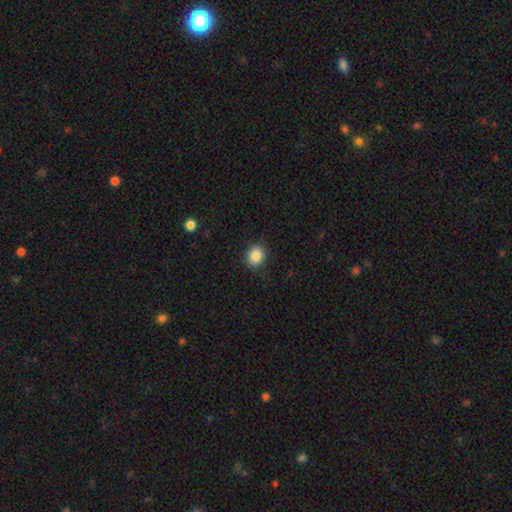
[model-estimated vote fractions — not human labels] A smooth galaxy with no disk features (86%) that is round (70%). Merging: none (88%).